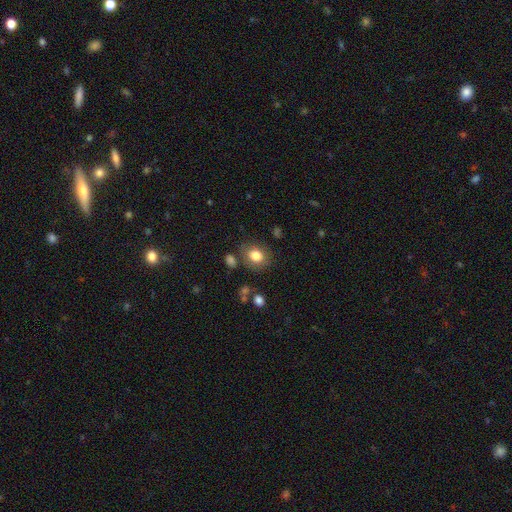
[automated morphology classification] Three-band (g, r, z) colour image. It shows a smooth galaxy with no disk features (81%) that is round (58%). Merging: none (77%).